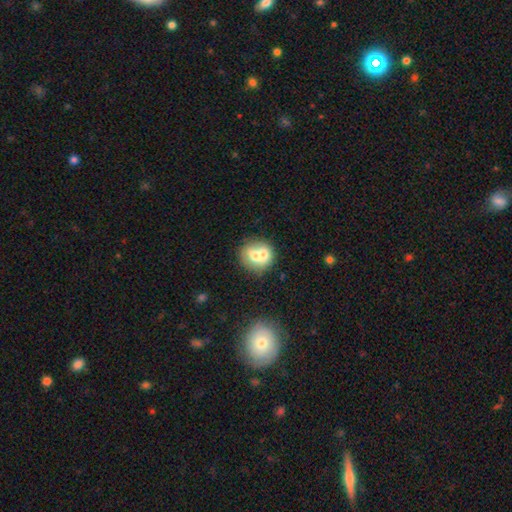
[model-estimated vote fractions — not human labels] The model was most divided on "merging": merger: 55%, none: 33%, minor disturbance: 8%, major disturbance: 3%. More confident: how rounded — round (78%); smooth or featured — smooth (65%).